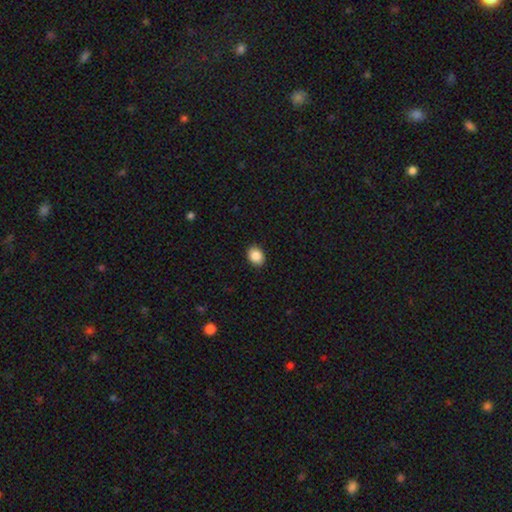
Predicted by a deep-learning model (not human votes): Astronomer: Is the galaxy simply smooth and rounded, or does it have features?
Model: smooth — 88%.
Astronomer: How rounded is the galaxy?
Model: in between — 62%.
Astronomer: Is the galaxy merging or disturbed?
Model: none — 91%.